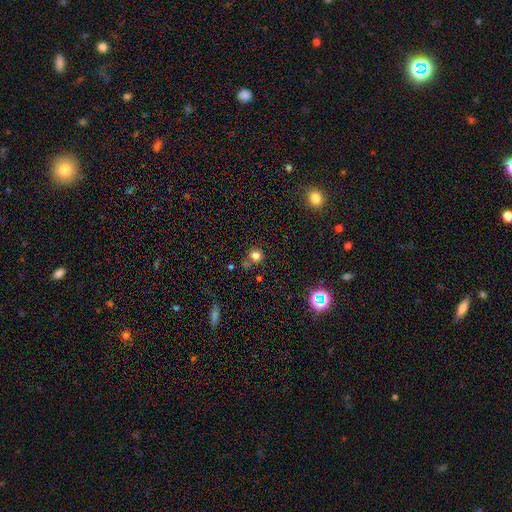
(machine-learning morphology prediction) smooth_or_featured: smooth (p=0.77) [alt: star or artifact p=0.17]
how_rounded: round (p=0.91) [alt: in between p=0.08]
merging: none (p=0.70) [alt: merger p=0.13]